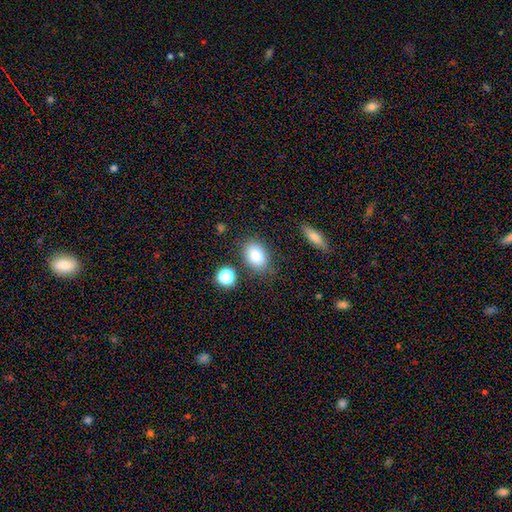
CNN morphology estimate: Smooth or featured: smooth — 83% (star or artifact — 9%)
How rounded: in between — 80% (round — 19%)
Merging: none — 77% (minor disturbance — 14%)